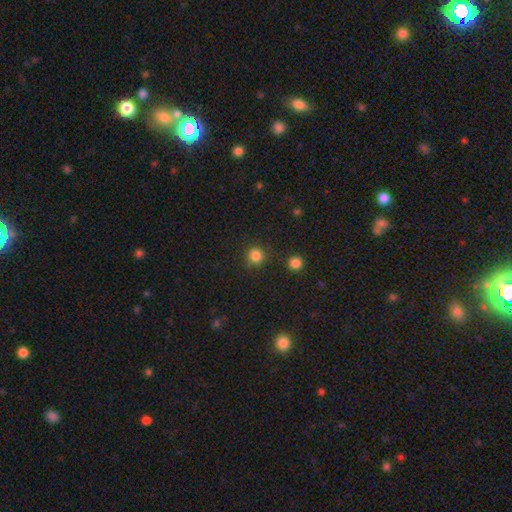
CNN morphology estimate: This appears to be a smooth galaxy with no disk features (82%) that is round (92%). Merging: none (84%).